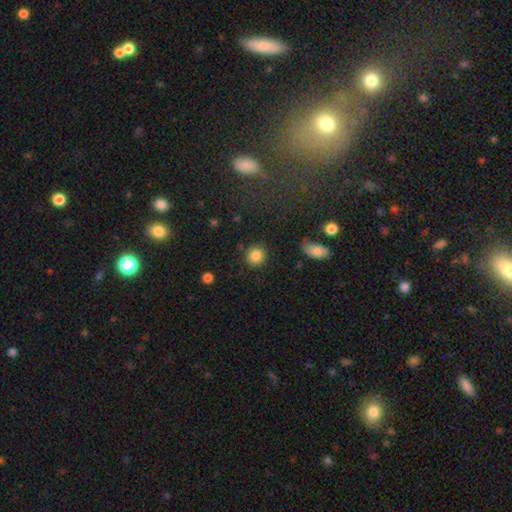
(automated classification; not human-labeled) Smooth or featured? Predicted: smooth (p=0.86). How rounded? Predicted: round (p=0.92). Merging? Predicted: none (p=0.88).